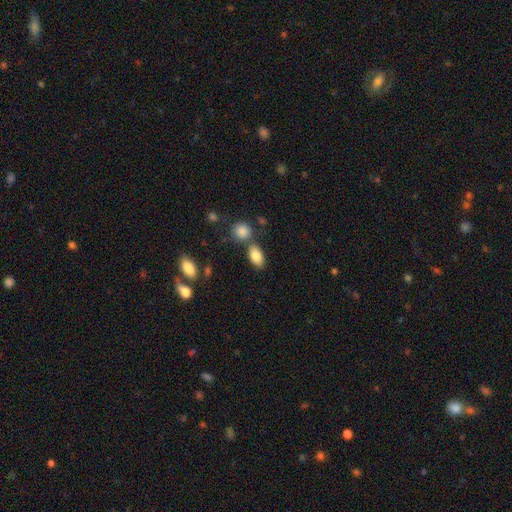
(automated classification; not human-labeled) Overall: smooth (85%). How rounded: in between (90%). Merging: none (67%).